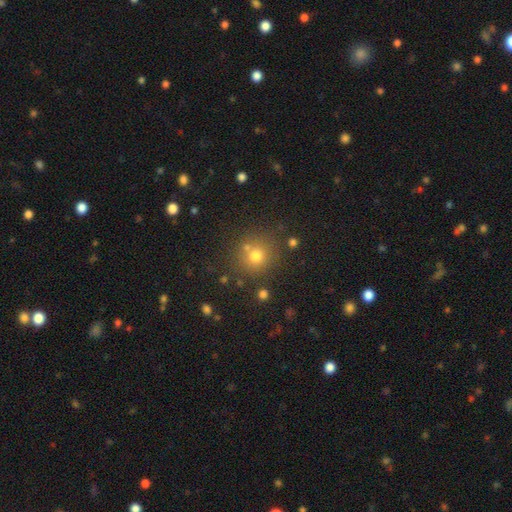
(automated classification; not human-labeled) Smooth or featured? Predicted: smooth (p=0.71). How rounded? Predicted: round (p=0.90). Merging? Predicted: none (p=0.75).